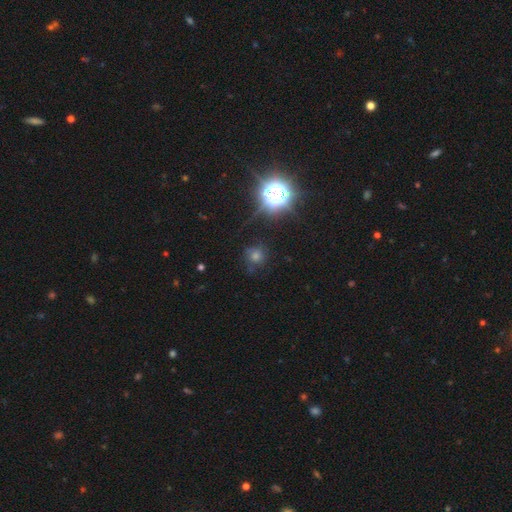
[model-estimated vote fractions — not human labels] Smooth or featured?
  - star or artifact: 48% *
  - smooth: 39%
  - featured or disk: 13%